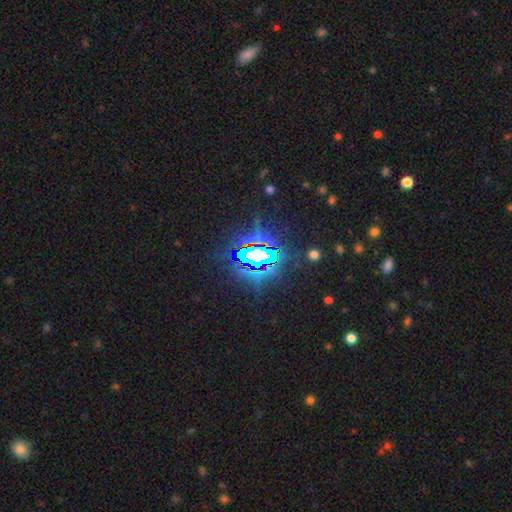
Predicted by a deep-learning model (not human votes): Overall: star or artifact (82%).